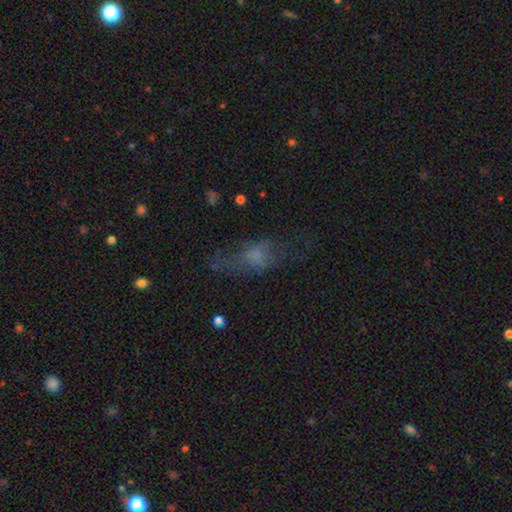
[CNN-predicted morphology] A smooth galaxy with no disk features (53%) that is in between round and cigar-shaped (68%).

Vote fractions:
- Smooth or featured? smooth: 53% / featured or disk: 31% / star or artifact: 16%
- How rounded? in between: 68% / cigar-shaped: 24% / round: 8%
- Merging? none: 47% / major disturbance: 27% / minor disturbance: 23% / merger: 3%